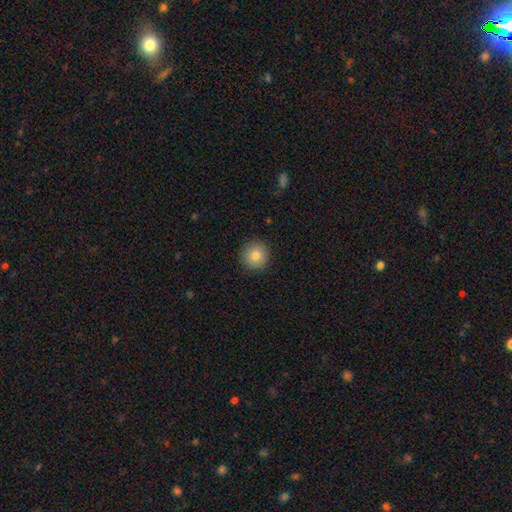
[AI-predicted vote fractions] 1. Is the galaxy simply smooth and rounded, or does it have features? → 82% smooth, 10% star or artifact, 8% featured or disk.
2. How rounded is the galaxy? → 95% round, 4% in between, 1% cigar-shaped.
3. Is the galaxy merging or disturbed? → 92% none, 5% minor disturbance, 2% major disturbance, 1% merger.